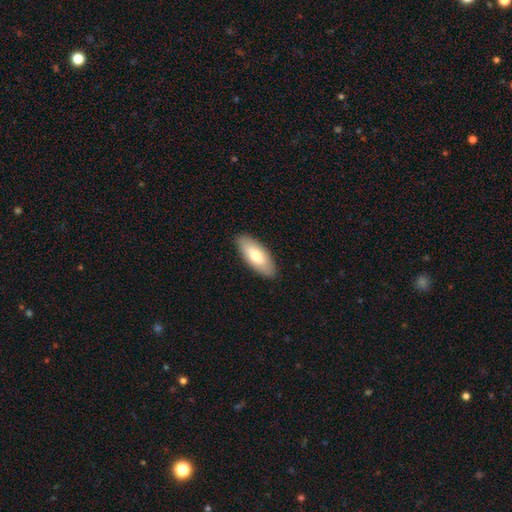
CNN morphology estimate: smooth-or-featured: smooth: 70% | featured or disk: 24% | star or artifact: 5%
  how-rounded: in between: 82% | cigar-shaped: 16% | round: 2%
  merging: none: 89% | minor disturbance: 8% | major disturbance: 2% | merger: 1%